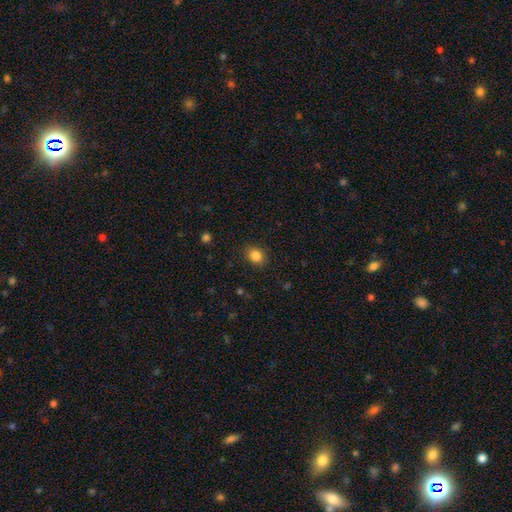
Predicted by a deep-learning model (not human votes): Morphology: type=smooth (85%); roundness=in between (56%); merging=none (86%).